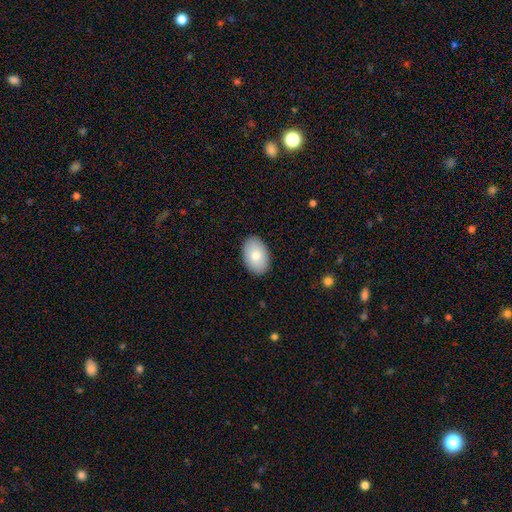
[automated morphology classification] A smooth galaxy with no disk features (80%) that is in between round and cigar-shaped (90%).

Vote fractions:
- Smooth or featured? smooth: 80% / featured or disk: 14% / star or artifact: 7%
- How rounded? in between: 90% / round: 9% / cigar-shaped: 1%
- Merging? none: 90% / minor disturbance: 8% / major disturbance: 2% / merger: 1%